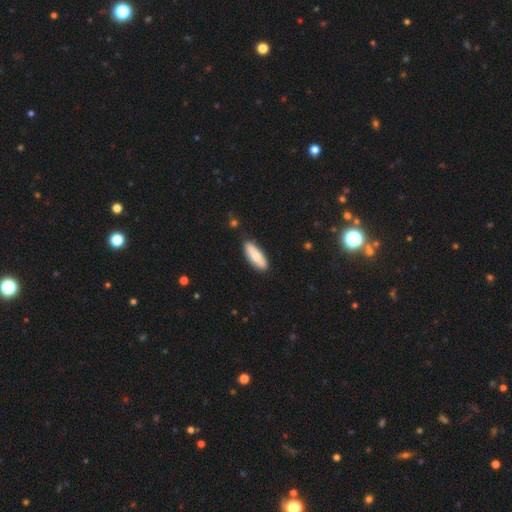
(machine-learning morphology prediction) This is likely a smooth galaxy (70%). How rounded: likely in between (64%). Merging: clearly none (87%).